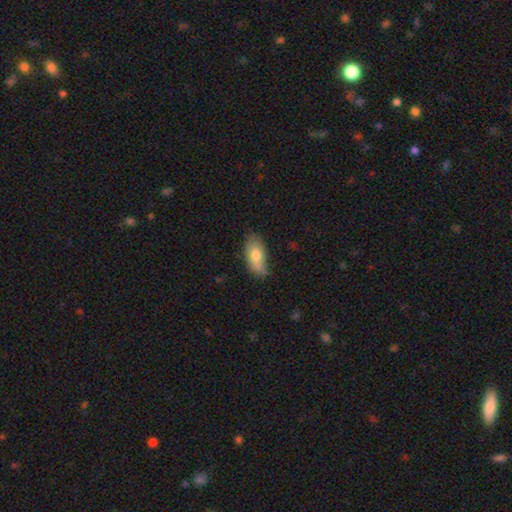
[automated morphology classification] smooth 74%, featured or disk 20%, star or artifact 7%. Down the decision tree: how rounded — in between (90%); merging — none (59%).